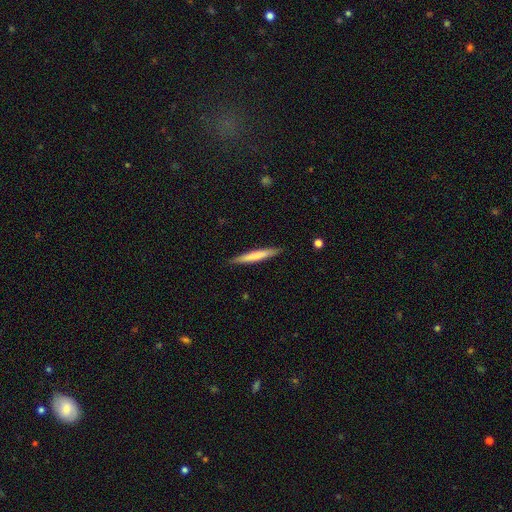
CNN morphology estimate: Smooth or featured? smooth (64%)
How rounded? cigar-shaped (96%)
Merging? none (90%)